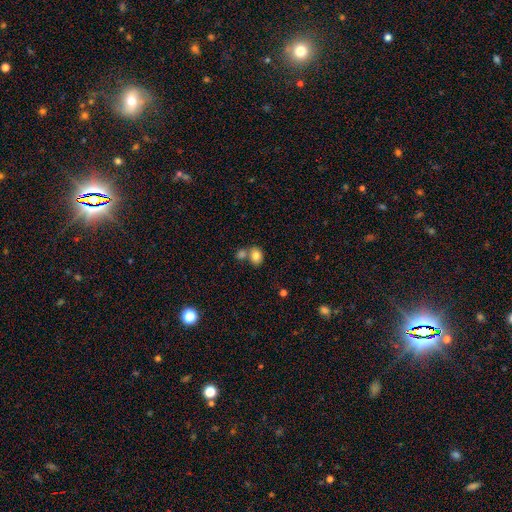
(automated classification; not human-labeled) Smooth or featured? Predicted: smooth (p=0.82). How rounded? Predicted: in between (p=0.55). Merging? Predicted: none (p=0.51).